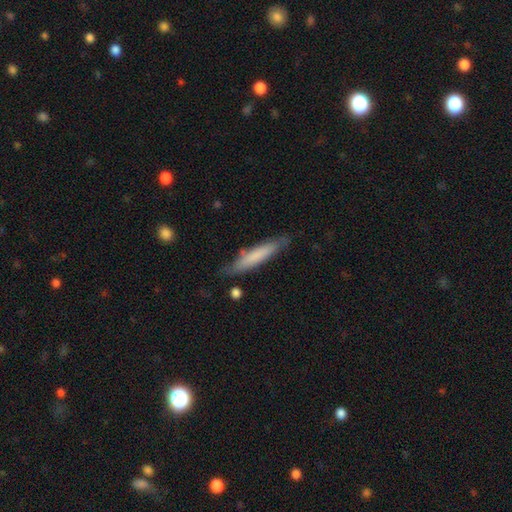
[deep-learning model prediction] smooth-or-featured: smooth: 70% | featured or disk: 25% | star or artifact: 6%
  how-rounded: cigar-shaped: 89% | in between: 10% | round: 1%
  merging: none: 78% | minor disturbance: 17% | major disturbance: 3% | merger: 2%